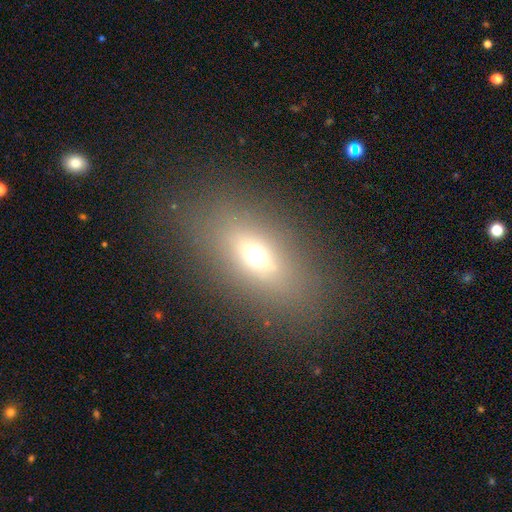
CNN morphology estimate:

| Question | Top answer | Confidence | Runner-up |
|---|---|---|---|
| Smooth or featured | smooth | 58% | featured or disk (24%) |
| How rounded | in between | 76% | round (12%) |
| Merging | none | 80% | minor disturbance (10%) |